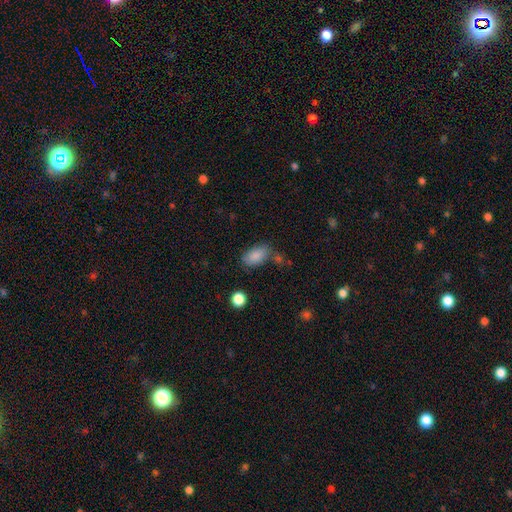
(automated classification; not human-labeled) This is clearly a smooth galaxy (86%). How rounded: clearly in between (92%). Merging: likely none (65%).